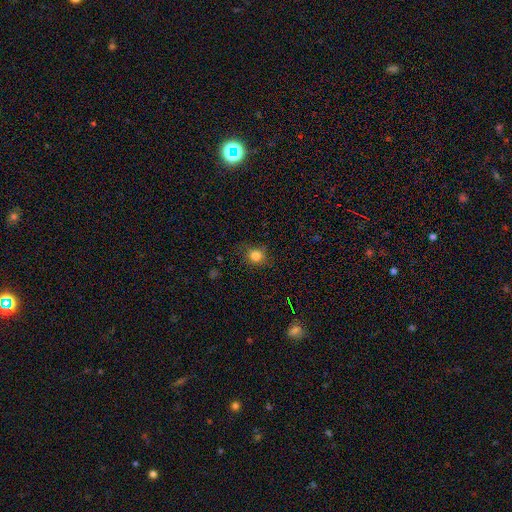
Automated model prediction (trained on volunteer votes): A smooth galaxy with no disk features (81%) that is round (78%). Merging: none (80%).